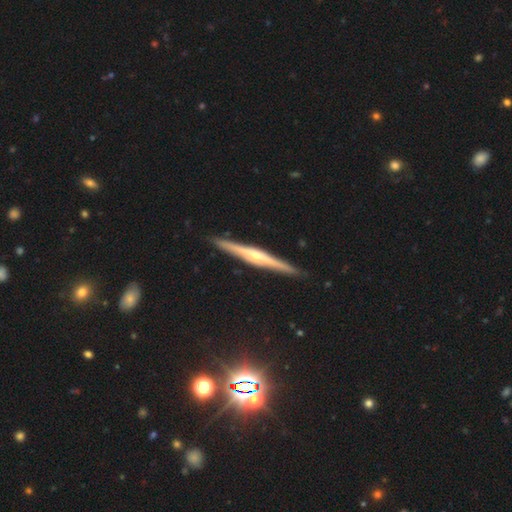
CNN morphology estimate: Smooth or featured?
  - featured or disk: 81% *
  - smooth: 13%
  - star or artifact: 6%
Edge-on disk?
  - yes: 98% *
  - no: 2%
Edge-on bulge?
  - rounded: 78% *
  - none: 11%
  - boxy: 10%
Merging?
  - none: 91% *
  - minor disturbance: 6%
  - major disturbance: 1%
  - merger: 1%